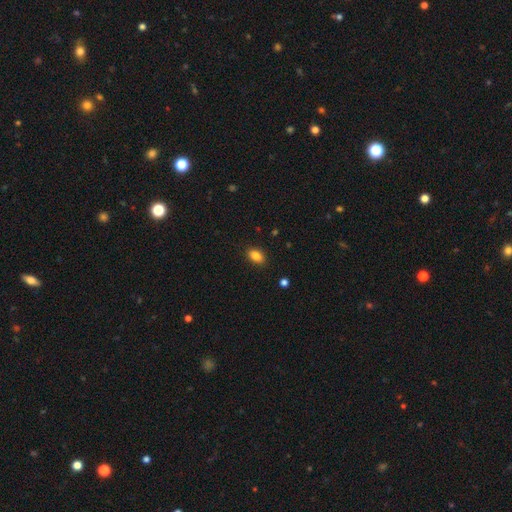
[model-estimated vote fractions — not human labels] Smooth or featured? smooth (87%)
How rounded? in between (87%)
Merging? none (88%)